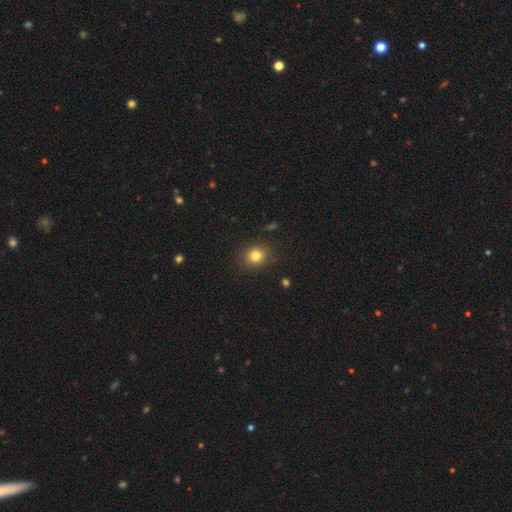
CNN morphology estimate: A smooth galaxy with no disk features (82%) that is round (74%). Merging: none (87%).